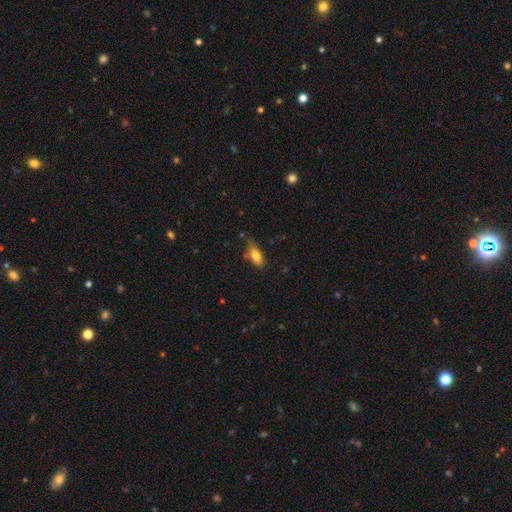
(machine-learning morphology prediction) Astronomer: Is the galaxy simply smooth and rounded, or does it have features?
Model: smooth — 76%.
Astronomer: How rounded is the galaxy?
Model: in between — 77%.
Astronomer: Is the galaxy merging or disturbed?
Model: none — 65%.